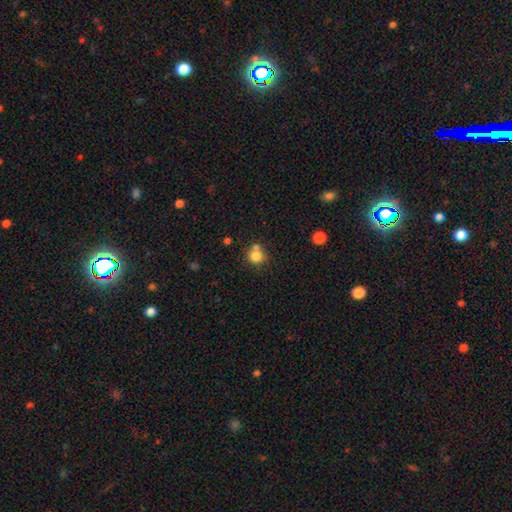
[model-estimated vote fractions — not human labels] Smooth or featured?
  - smooth: 81% *
  - star or artifact: 11%
  - featured or disk: 8%
How rounded?
  - round: 86% *
  - in between: 13%
  - cigar-shaped: 1%
Merging?
  - none: 56% *
  - merger: 28%
  - minor disturbance: 12%
  - major disturbance: 4%